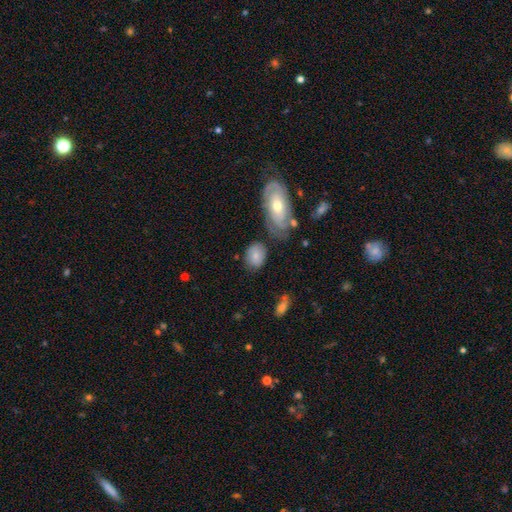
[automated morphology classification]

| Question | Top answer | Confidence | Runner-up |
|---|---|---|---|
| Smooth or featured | smooth | 73% | featured or disk (19%) |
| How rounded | in between | 70% | round (29%) |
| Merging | none | 66% | minor disturbance (19%) |